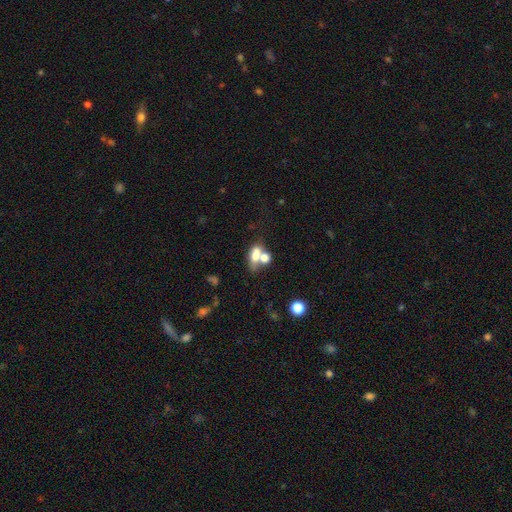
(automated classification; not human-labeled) A smooth galaxy with no disk features (66%) that is in between round and cigar-shaped (73%). Merging: merger (59%).